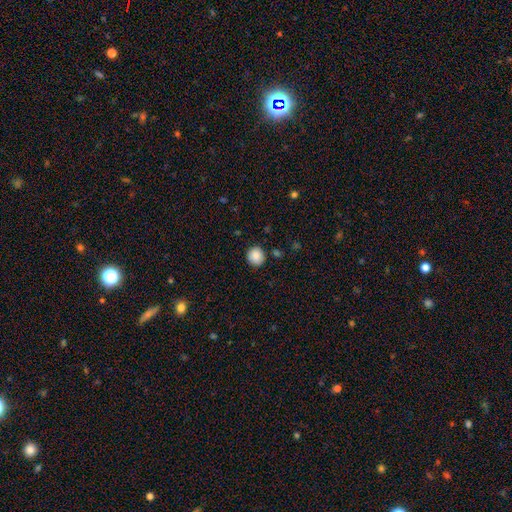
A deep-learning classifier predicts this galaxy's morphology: The model was most divided on "smooth or featured": smooth: 87%, star or artifact: 8%, featured or disk: 4%. More confident: how rounded — round (90%); merging — none (88%).